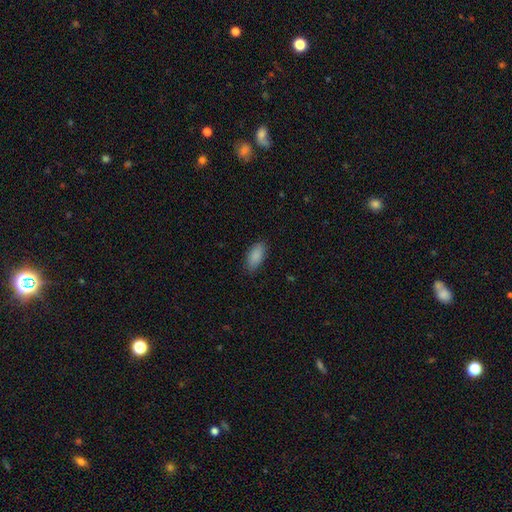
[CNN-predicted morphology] Smooth or featured?
  - smooth: 89% *
  - star or artifact: 6%
  - featured or disk: 4%
How rounded?
  - in between: 91% *
  - cigar-shaped: 7%
  - round: 2%
Merging?
  - none: 85% *
  - minor disturbance: 11%
  - major disturbance: 3%
  - merger: 1%